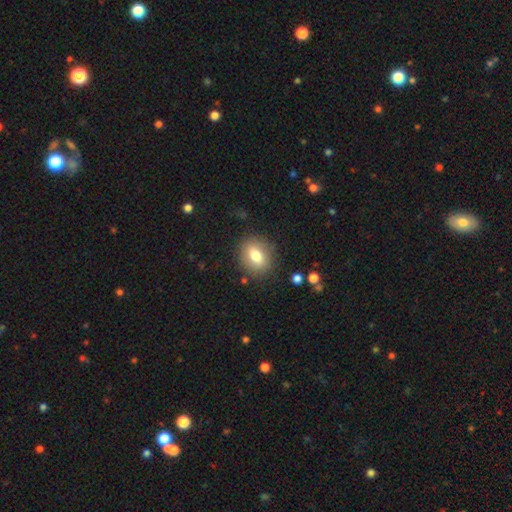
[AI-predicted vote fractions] This is likely a smooth galaxy (75%). How rounded: possibly in between (55%). Merging: clearly none (84%).